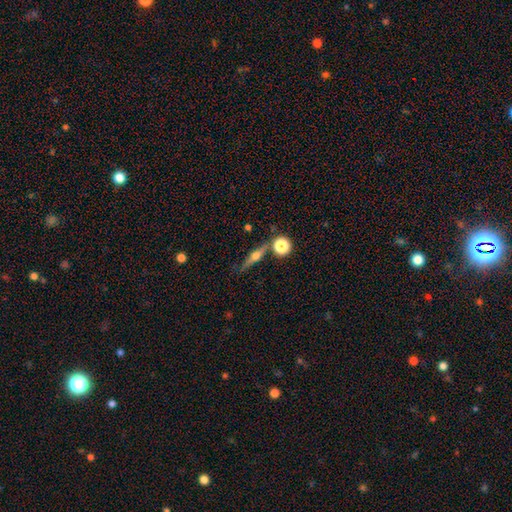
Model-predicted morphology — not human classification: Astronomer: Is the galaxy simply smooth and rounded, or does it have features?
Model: featured or disk — 62%.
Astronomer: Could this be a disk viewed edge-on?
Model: yes — 95%.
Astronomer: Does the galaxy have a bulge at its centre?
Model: rounded — 94%.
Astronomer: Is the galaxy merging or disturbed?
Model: none — 77%.